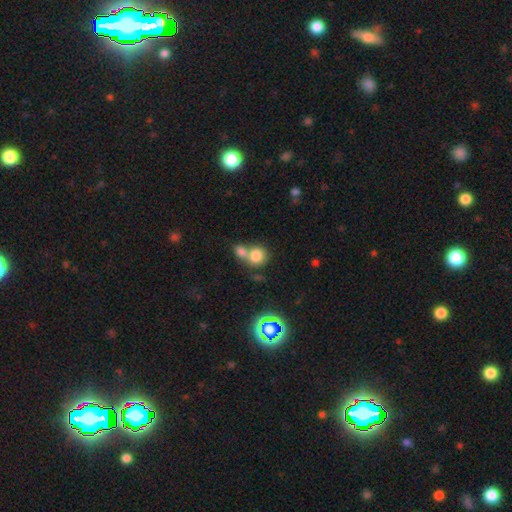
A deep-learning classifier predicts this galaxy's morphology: smooth-or-featured: smooth: 78% | star or artifact: 12% | featured or disk: 10%
  how-rounded: round: 78% | in between: 21% | cigar-shaped: 1%
  merging: merger: 56% | none: 33% | minor disturbance: 7% | major disturbance: 3%